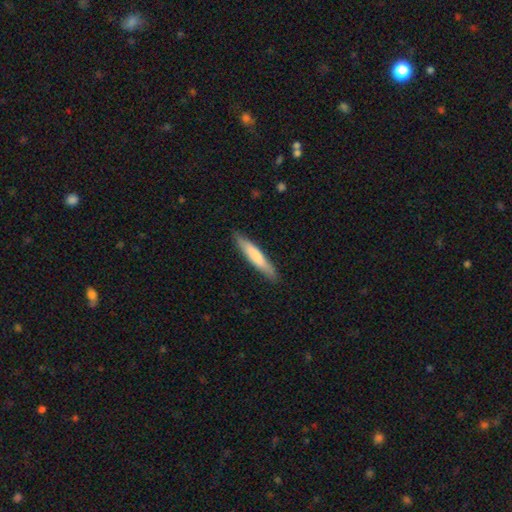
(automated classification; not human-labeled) Overall: smooth (70%). How rounded: cigar-shaped (89%). Merging: none (87%).